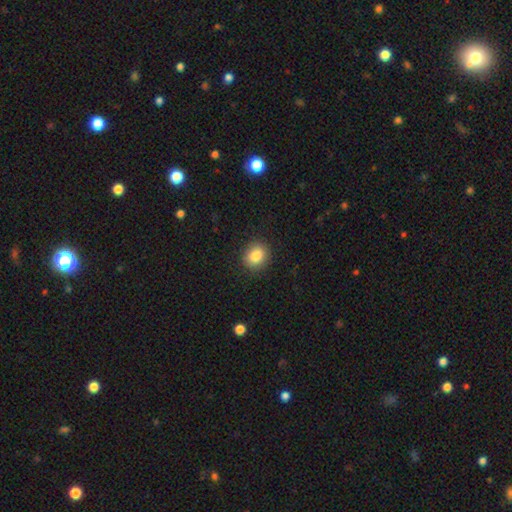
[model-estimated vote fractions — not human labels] Smooth or featured?
  - smooth: 85% *
  - star or artifact: 9%
  - featured or disk: 6%
How rounded?
  - round: 73% *
  - in between: 26%
  - cigar-shaped: 1%
Merging?
  - none: 89% *
  - minor disturbance: 8%
  - major disturbance: 2%
  - merger: 1%